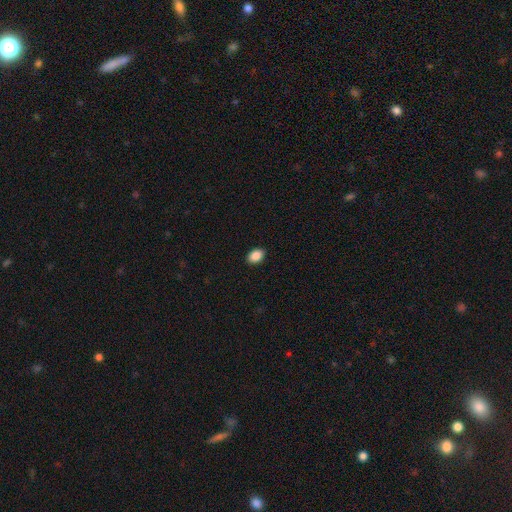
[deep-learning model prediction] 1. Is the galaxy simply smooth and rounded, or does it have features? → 89% smooth, 8% star or artifact, 3% featured or disk.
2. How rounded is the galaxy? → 84% in between, 15% round, 1% cigar-shaped.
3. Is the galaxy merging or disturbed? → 91% none, 6% minor disturbance, 2% major disturbance, 1% merger.